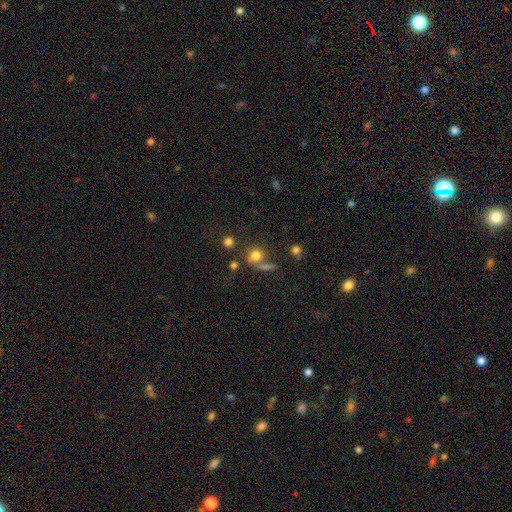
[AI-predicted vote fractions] smooth 74%, star or artifact 15%, featured or disk 11%. Down the decision tree: how rounded — round (79%); merging — none (54%).